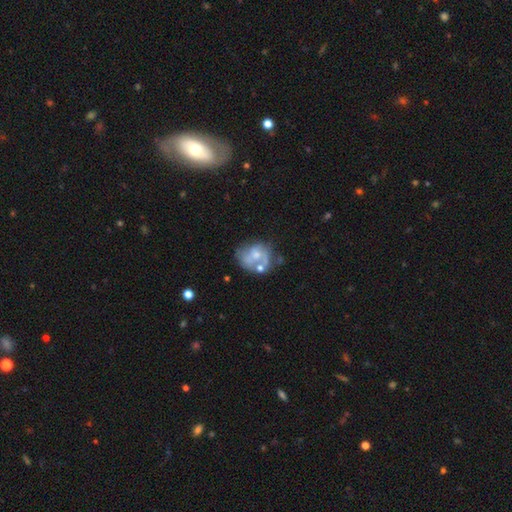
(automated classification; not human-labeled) Morphology: type=featured or disk (57%); edge-on=no (98%); bar=no (76%); spiral arms=no (54%); bulge=moderate (43%); merging=none (36%).